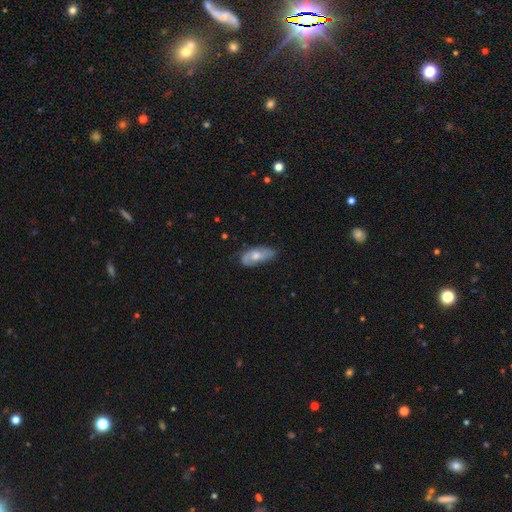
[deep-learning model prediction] Overall: smooth (52%; featured or disk 42%). How rounded: in between (85%). Merging: none (62%; minor disturbance 29%).